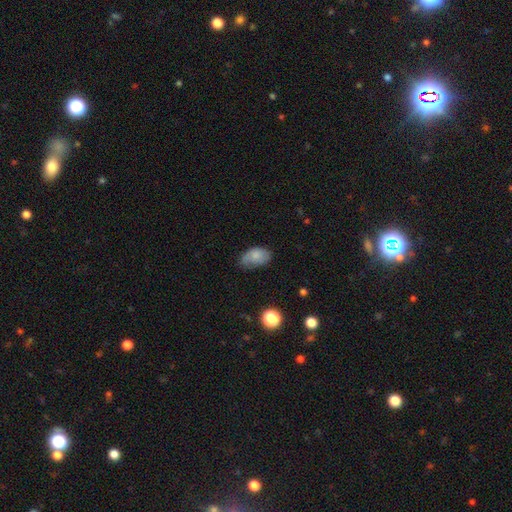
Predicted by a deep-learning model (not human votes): This is likely a smooth galaxy (78%). How rounded: clearly in between (90%). Merging: possibly none (46%).